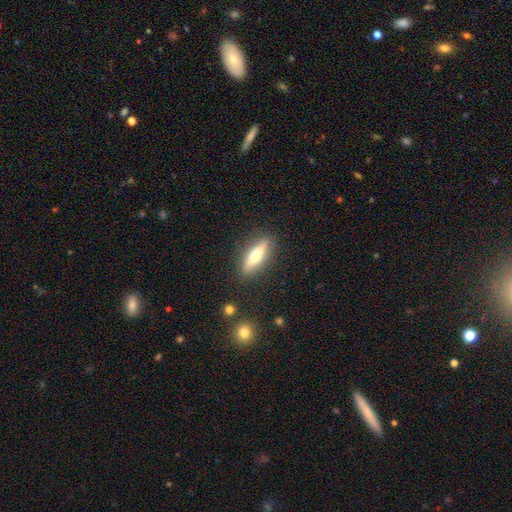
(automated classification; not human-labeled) A smooth galaxy with no disk features (55%) that is cigar-shaped (60%). Merging: none (87%).